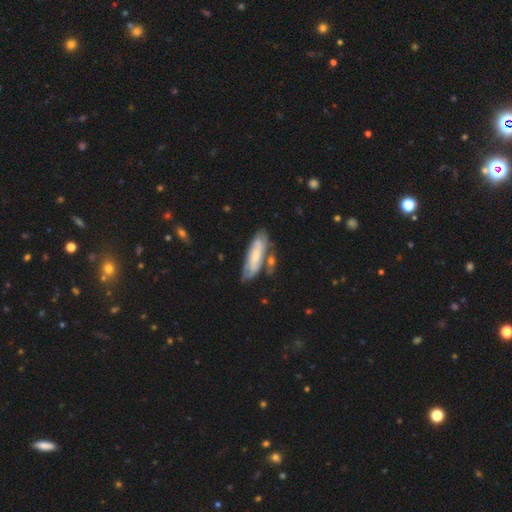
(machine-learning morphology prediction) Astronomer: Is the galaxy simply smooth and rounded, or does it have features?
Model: featured or disk — 51% (runner-up: smooth, 42%).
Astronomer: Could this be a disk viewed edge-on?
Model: no — 74%.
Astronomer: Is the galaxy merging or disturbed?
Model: none — 60%.